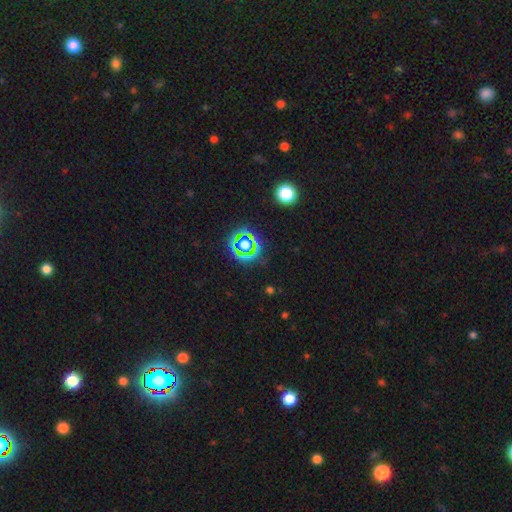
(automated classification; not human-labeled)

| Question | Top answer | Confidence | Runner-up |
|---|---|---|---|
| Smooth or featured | star or artifact | 75% | smooth (18%) |